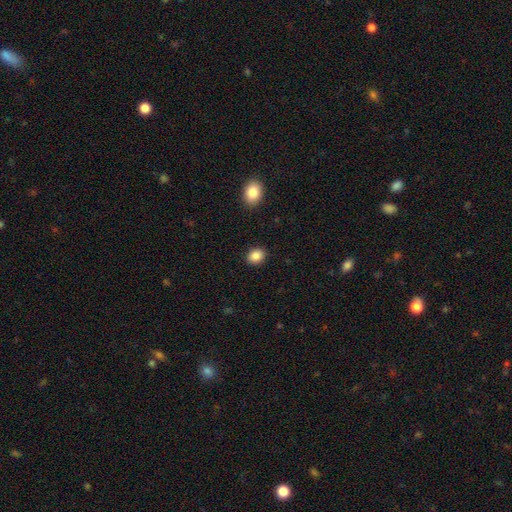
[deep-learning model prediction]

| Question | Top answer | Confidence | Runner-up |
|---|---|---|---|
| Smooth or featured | smooth | 86% | star or artifact (9%) |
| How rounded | round | 50% | in between (49%) |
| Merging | none | 90% | minor disturbance (7%) |